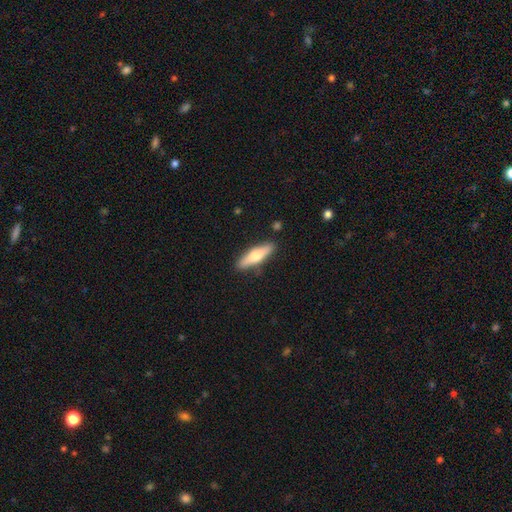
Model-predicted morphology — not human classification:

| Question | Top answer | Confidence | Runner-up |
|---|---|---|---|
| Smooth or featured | smooth | 56% | featured or disk (39%) |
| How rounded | cigar-shaped | 66% | in between (32%) |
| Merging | none | 86% | minor disturbance (10%) |